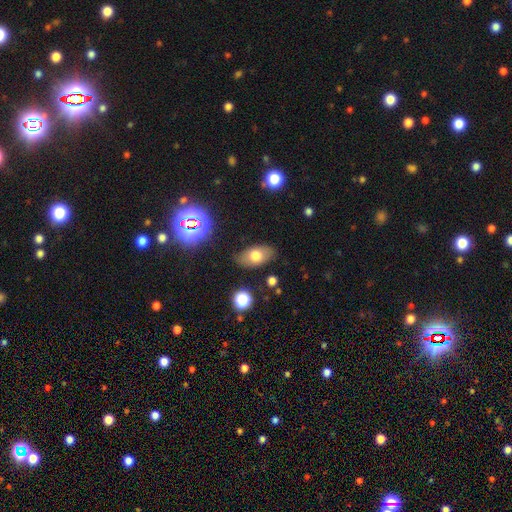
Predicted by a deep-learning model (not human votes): Smooth or featured? Predicted: smooth (p=0.71). How rounded? Predicted: in between (p=0.90). Merging? Predicted: none (p=0.82).